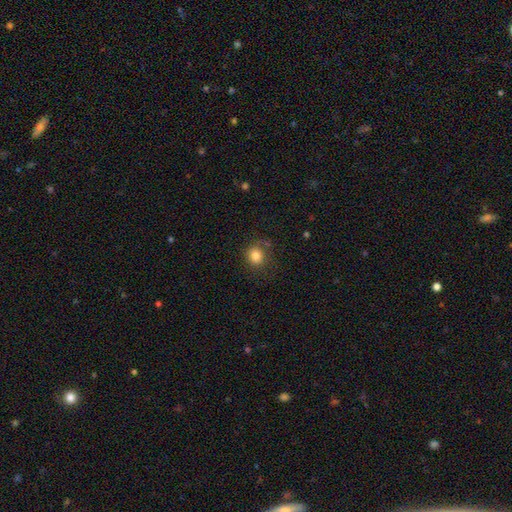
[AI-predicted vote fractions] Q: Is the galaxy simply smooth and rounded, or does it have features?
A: smooth — 83%.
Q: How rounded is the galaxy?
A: round — 80%.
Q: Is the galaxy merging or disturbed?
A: none — 74%.